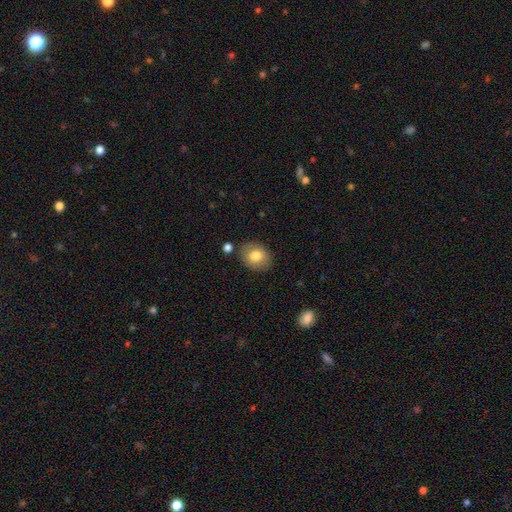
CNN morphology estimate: Smooth or featured: smooth — 79% (featured or disk — 13%)
How rounded: in between — 54% (round — 46%)
Merging: none — 82% (minor disturbance — 12%)